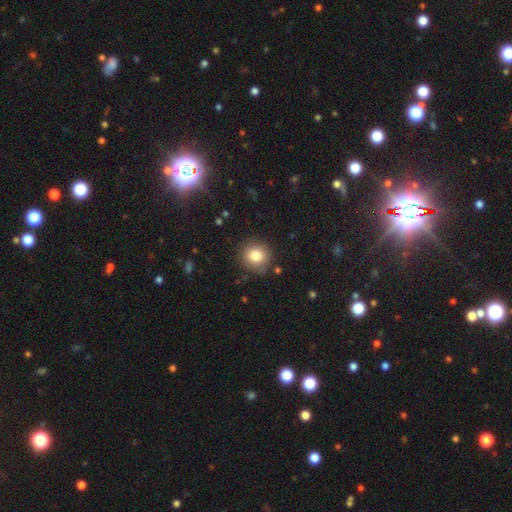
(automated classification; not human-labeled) Smooth or featured: smooth — 82% (star or artifact — 11%)
How rounded: round — 89% (in between — 10%)
Merging: none — 87% (minor disturbance — 9%)